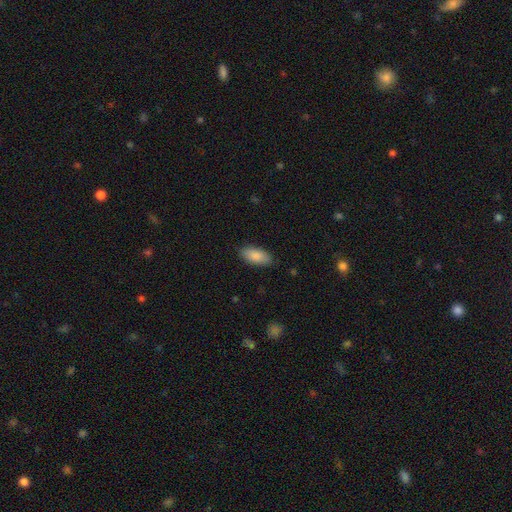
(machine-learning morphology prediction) Smooth or featured? smooth (88%)
How rounded? in between (89%)
Merging? none (86%)